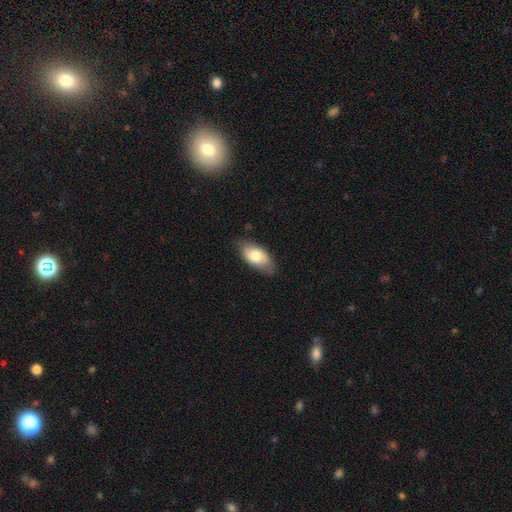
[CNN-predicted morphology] Overall: smooth (76%). How rounded: in between (92%). Merging: none (75%).